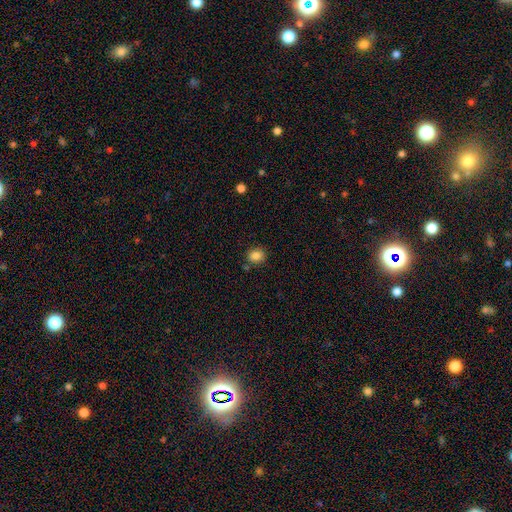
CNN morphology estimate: This appears to be a smooth galaxy with no disk features (85%) that is round (65%). Merging: none (79%).